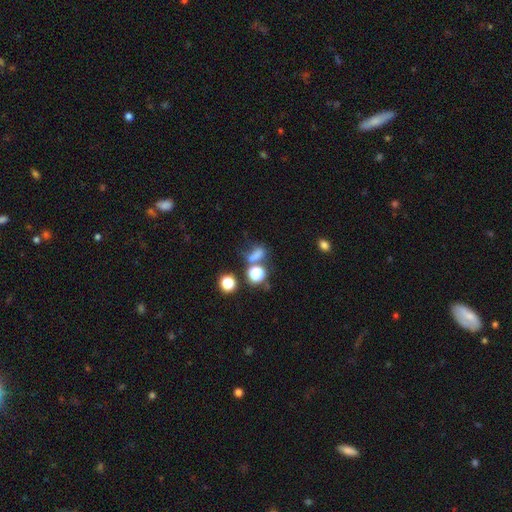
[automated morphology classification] A smooth galaxy with no disk features (63%) that is in between round and cigar-shaped (54%).

Vote fractions:
- Smooth or featured? smooth: 63% / star or artifact: 25% / featured or disk: 12%
- How rounded? in between: 54% / round: 40% / cigar-shaped: 6%
- Merging? none: 41% / merger: 24% / minor disturbance: 17% / major disturbance: 17%